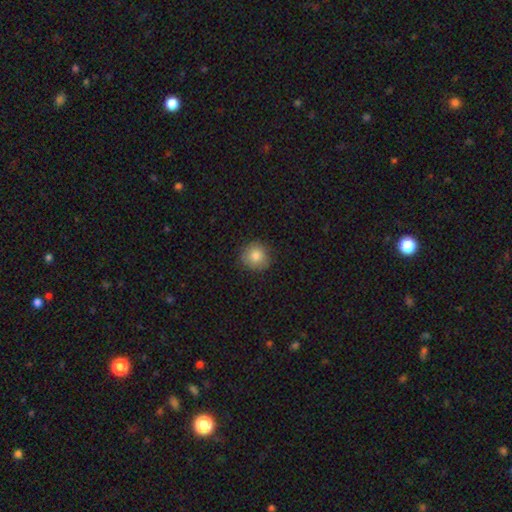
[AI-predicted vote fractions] Q: Smooth or featured?
A: smooth (84%); runner-up: star or artifact (9%)
Q: How rounded?
A: round (90%); runner-up: in between (9%)
Q: Merging?
A: none (85%); runner-up: minor disturbance (12%)